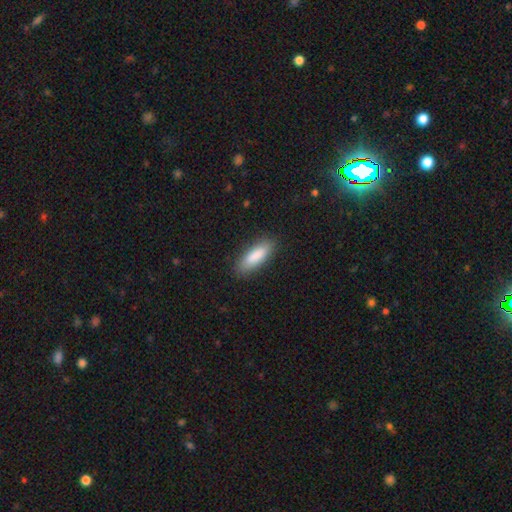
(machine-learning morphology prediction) smooth-or-featured: smooth: 86% | featured or disk: 8% | star or artifact: 6%
  how-rounded: in between: 59% | cigar-shaped: 40% | round: 2%
  merging: none: 86% | minor disturbance: 10% | major disturbance: 3% | merger: 1%